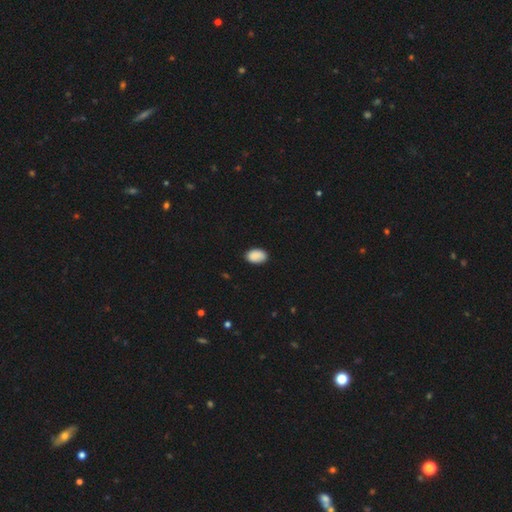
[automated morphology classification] Q: Smooth or featured?
A: smooth (90%); runner-up: star or artifact (7%)
Q: How rounded?
A: in between (90%); runner-up: round (9%)
Q: Merging?
A: none (85%); runner-up: minor disturbance (12%)